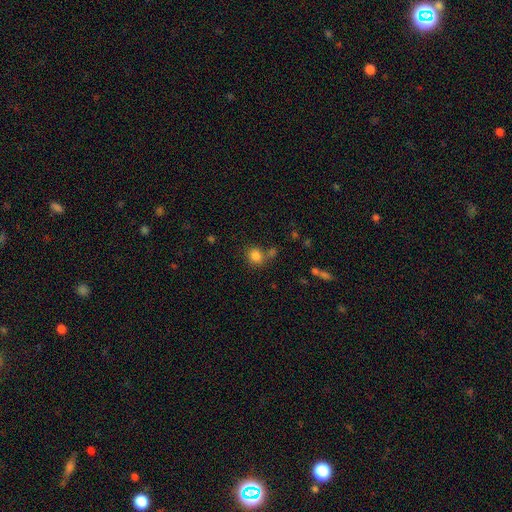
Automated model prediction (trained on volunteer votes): A smooth galaxy with no disk features (83%) that is round (80%). Merging: none (64%).